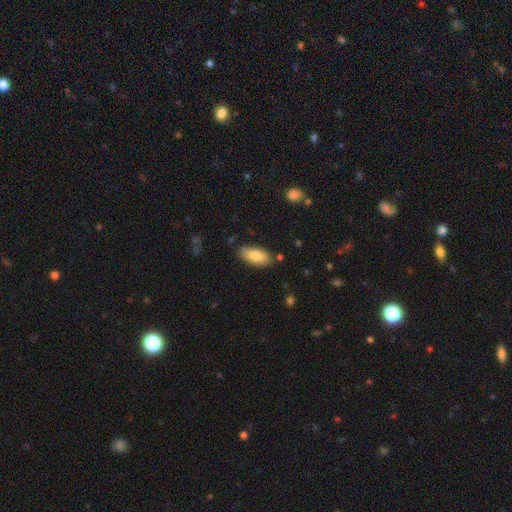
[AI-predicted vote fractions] The model was most divided on "smooth or featured": smooth: 79%, featured or disk: 15%, star or artifact: 6%. More confident: how rounded — in between (90%); merging — none (80%).